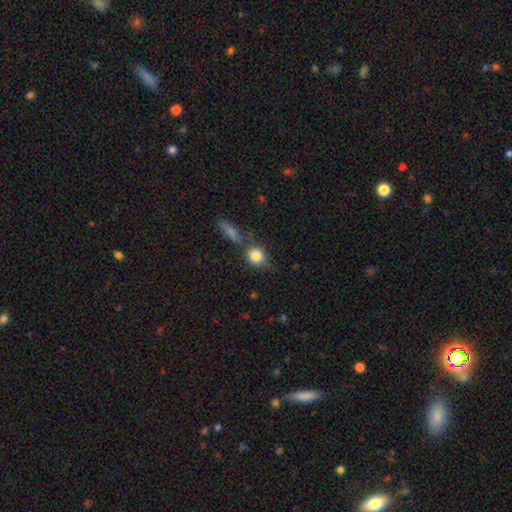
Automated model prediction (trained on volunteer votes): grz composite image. It shows a smooth galaxy with no disk features (83%) that is round (77%). Merging: none (62%).